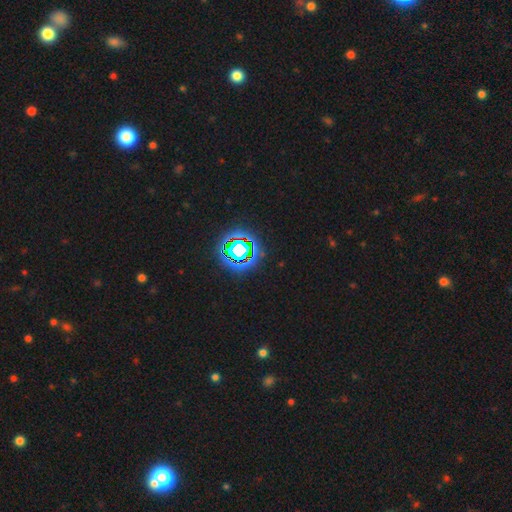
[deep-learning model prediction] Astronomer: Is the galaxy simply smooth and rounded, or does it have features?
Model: star or artifact — 81%.